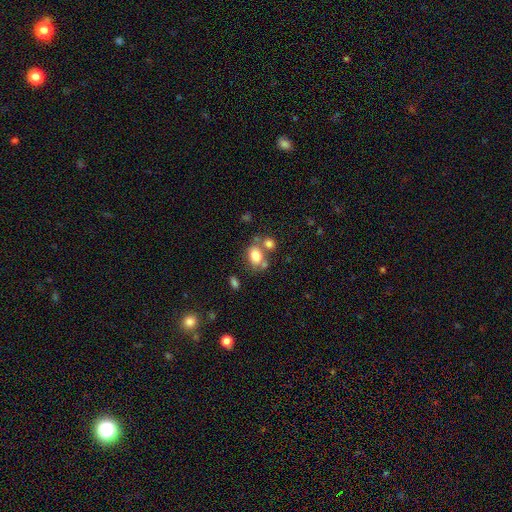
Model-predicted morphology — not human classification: A smooth galaxy with no disk features (78%) that is in between round and cigar-shaped (65%). Merging: none (52%).